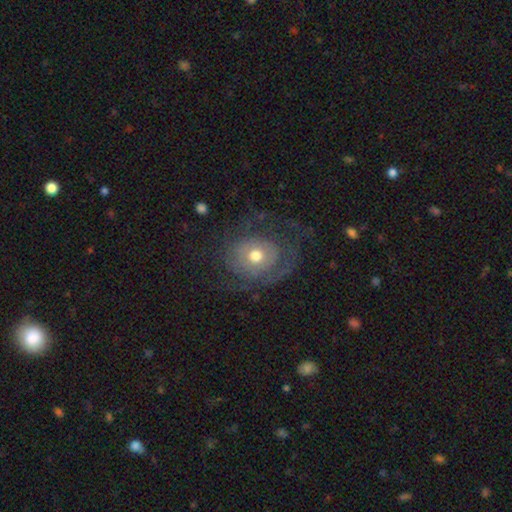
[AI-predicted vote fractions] The model was most divided on "spiral arms": yes: 64%, no: 36%. More confident: edge-on disk — no (96%); bar — no (86%); bulge size — moderate (71%); smooth or featured — featured or disk (62%); merging — none (59%).